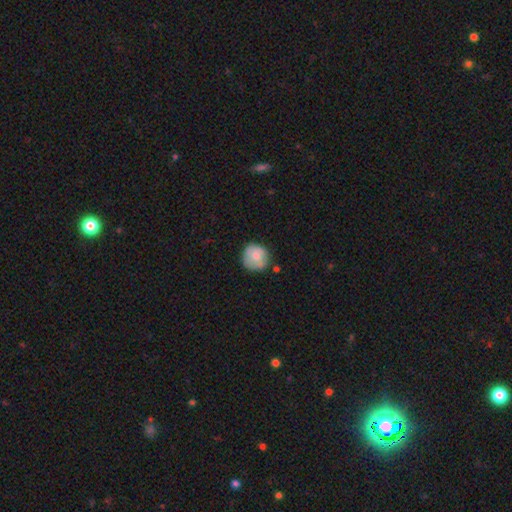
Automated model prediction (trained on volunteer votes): This appears to be a smooth galaxy with no disk features (72%) that is round (91%). Merging: none (72%).